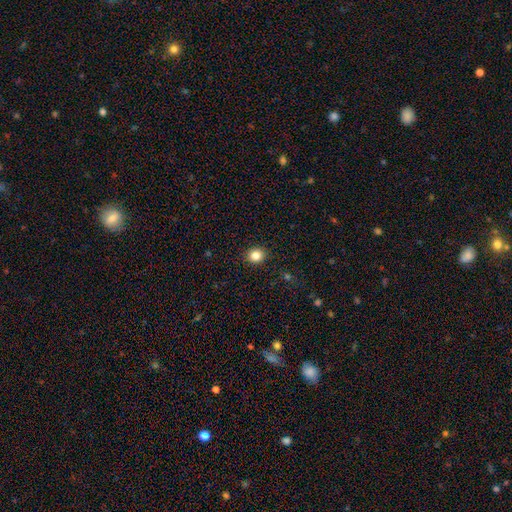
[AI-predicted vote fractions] smooth_or_featured: smooth (p=0.84) [alt: star or artifact p=0.11]
how_rounded: round (p=0.76) [alt: in between p=0.23]
merging: none (p=0.91) [alt: minor disturbance p=0.06]